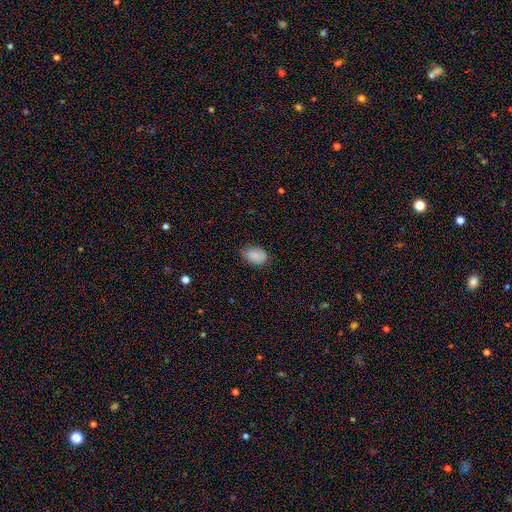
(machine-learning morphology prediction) smooth 87%, star or artifact 8%, featured or disk 5%. Down the decision tree: how rounded — in between (88%); merging — none (72%).